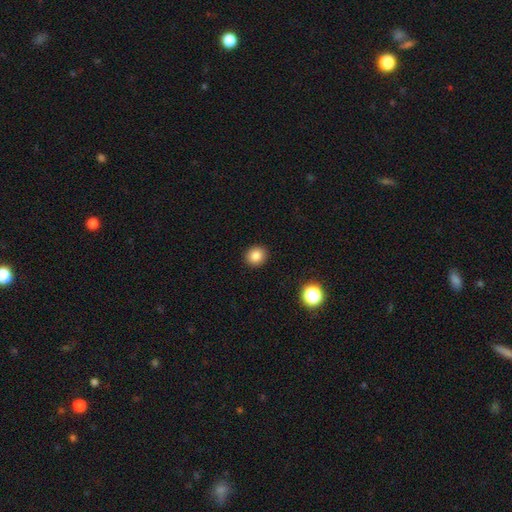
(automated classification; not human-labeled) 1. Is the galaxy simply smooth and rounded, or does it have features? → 84% smooth, 11% star or artifact, 5% featured or disk.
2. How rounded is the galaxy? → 81% round, 18% in between, 1% cigar-shaped.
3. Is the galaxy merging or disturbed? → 92% none, 5% minor disturbance, 2% major disturbance, 1% merger.